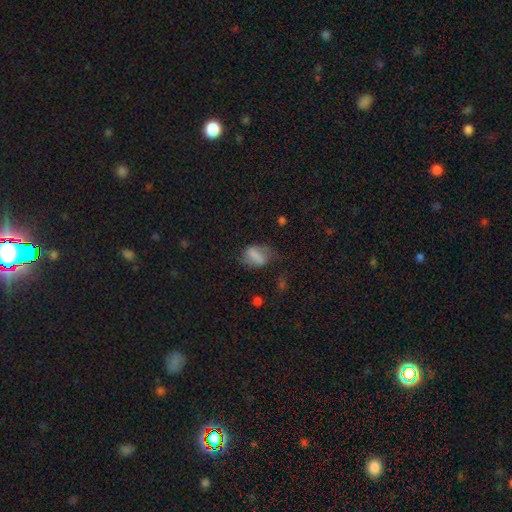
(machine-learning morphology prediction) This is likely a smooth galaxy (61%). How rounded: likely in between (69%). Merging: possibly none (51%).